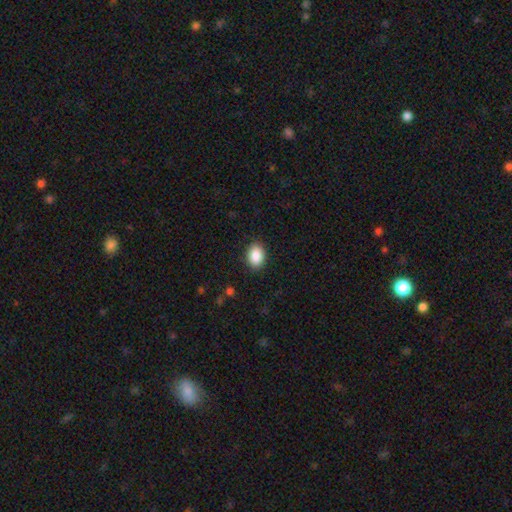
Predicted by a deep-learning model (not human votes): Morphology: type=smooth (89%); roundness=in between (80%); merging=none (89%).